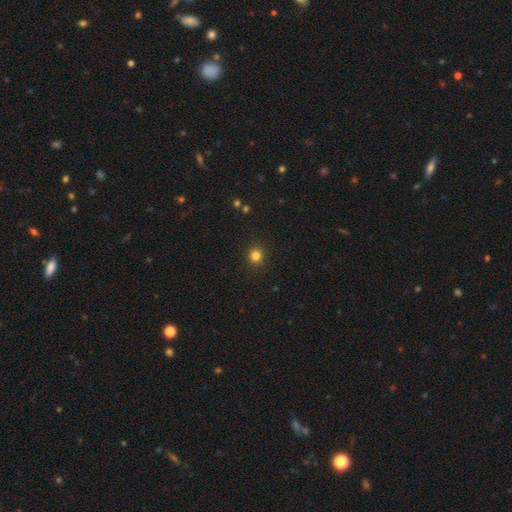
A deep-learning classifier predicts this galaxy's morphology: Overall: smooth (82%). How rounded: round (93%). Merging: none (92%).